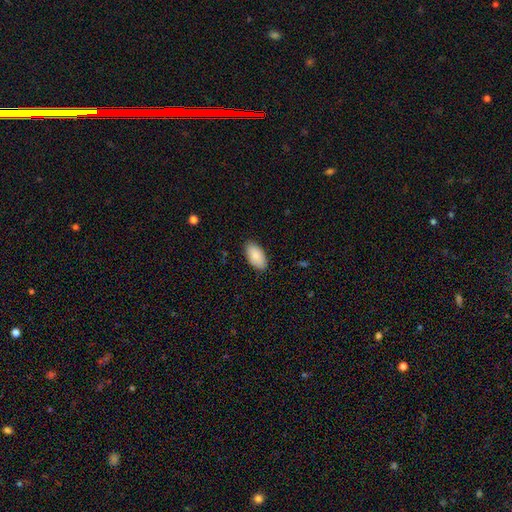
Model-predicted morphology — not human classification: smooth_or_featured: smooth (p=0.86) [alt: featured or disk p=0.08]
how_rounded: in between (p=0.95) [alt: round p=0.02]
merging: none (p=0.87) [alt: minor disturbance p=0.10]